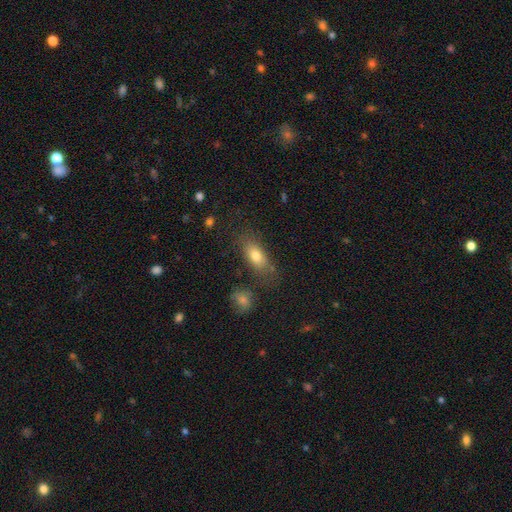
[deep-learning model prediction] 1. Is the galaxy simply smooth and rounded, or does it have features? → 76% smooth, 14% featured or disk, 10% star or artifact.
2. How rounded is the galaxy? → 80% in between, 14% cigar-shaped, 6% round.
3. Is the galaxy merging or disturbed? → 70% none, 17% minor disturbance, 7% merger, 6% major disturbance.